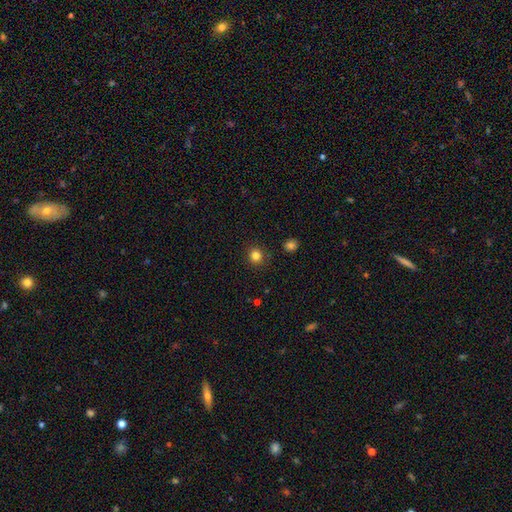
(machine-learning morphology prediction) Smooth or featured: smooth — 82% (star or artifact — 13%)
How rounded: round — 90% (in between — 9%)
Merging: none — 89% (minor disturbance — 7%)